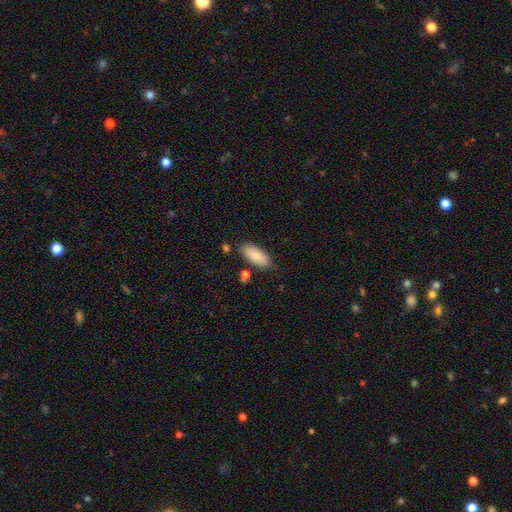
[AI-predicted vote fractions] smooth_or_featured: smooth (p=0.87) [alt: featured or disk p=0.06]
how_rounded: in between (p=0.84) [alt: cigar-shaped p=0.15]
merging: none (p=0.80) [alt: minor disturbance p=0.13]